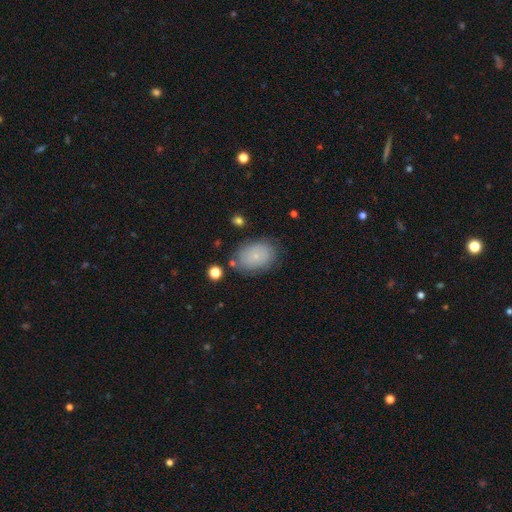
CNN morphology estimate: The model was most divided on "smooth or featured": smooth: 73%, featured or disk: 19%, star or artifact: 9%. More confident: how rounded — in between (78%); merging — none (75%).